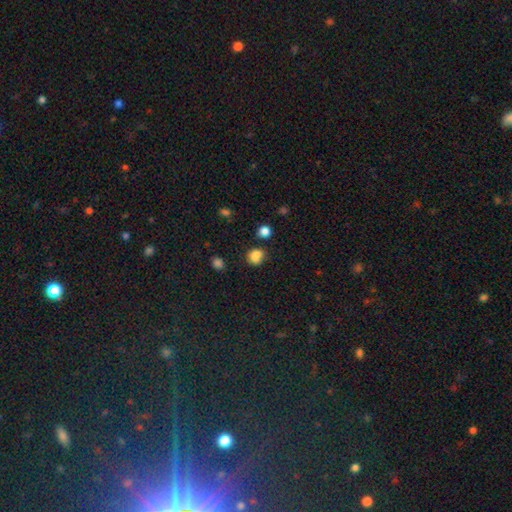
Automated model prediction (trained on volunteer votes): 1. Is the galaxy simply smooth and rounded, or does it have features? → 80% smooth, 14% star or artifact, 6% featured or disk.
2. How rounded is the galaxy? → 65% round, 34% in between, 1% cigar-shaped.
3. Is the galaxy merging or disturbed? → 57% none, 20% minor disturbance, 16% merger, 7% major disturbance.